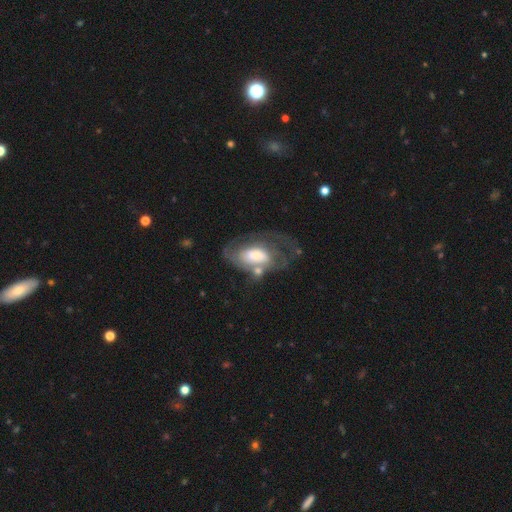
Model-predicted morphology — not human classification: Q: Smooth or featured?
A: featured or disk (64%); runner-up: smooth (29%)
Q: Edge-on disk?
A: no (94%); runner-up: yes (6%)
Q: Bar?
A: no (67%); runner-up: weak (24%)
Q: Spiral arms?
A: yes (71%); runner-up: no (29%)
Q: Bulge size?
A: moderate (33%); tied with: small (33%)
Q: Merging?
A: none (34%); runner-up: major disturbance (30%)